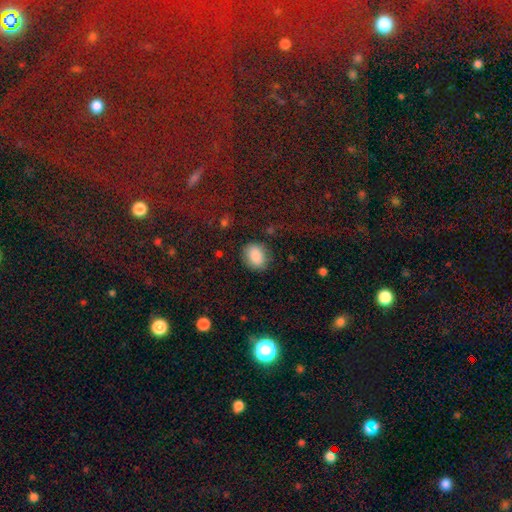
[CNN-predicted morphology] A smooth galaxy with no disk features (86%) that is in between round and cigar-shaped (62%).

Vote fractions:
- Smooth or featured? smooth: 86% / star or artifact: 8% / featured or disk: 6%
- How rounded? in between: 62% / round: 37% / cigar-shaped: 1%
- Merging? none: 78% / minor disturbance: 15% / major disturbance: 5% / merger: 2%